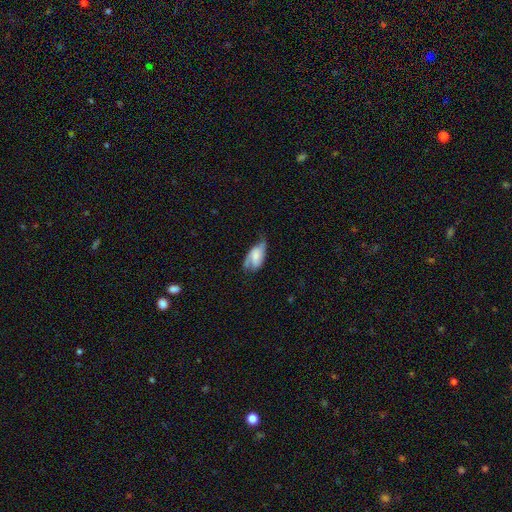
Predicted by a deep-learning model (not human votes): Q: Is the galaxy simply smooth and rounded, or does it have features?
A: featured or disk — 51%.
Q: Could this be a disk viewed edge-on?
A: no — 92%.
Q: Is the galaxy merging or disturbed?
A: none — 39%.